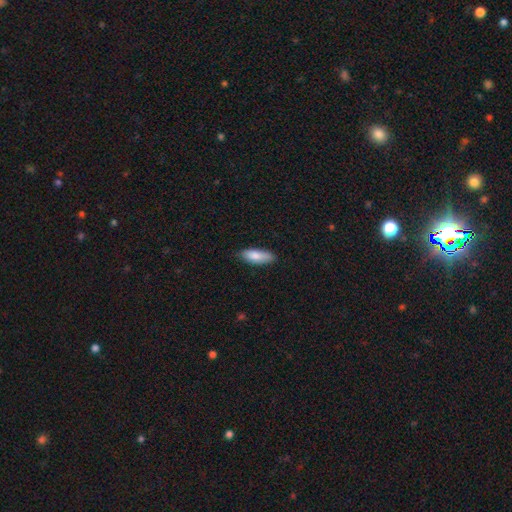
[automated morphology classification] Smooth or featured? Predicted: smooth (p=0.84). How rounded? Predicted: in between (p=0.69). Merging? Predicted: none (p=0.81).